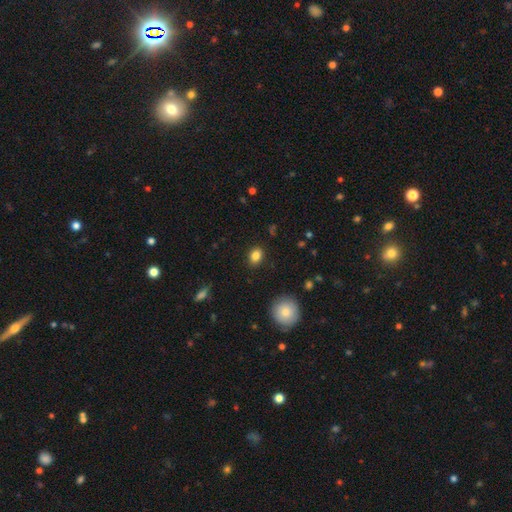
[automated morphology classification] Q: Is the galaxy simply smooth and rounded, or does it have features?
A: smooth — 84%.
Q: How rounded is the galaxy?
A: in between — 56%.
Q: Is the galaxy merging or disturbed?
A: none — 88%.